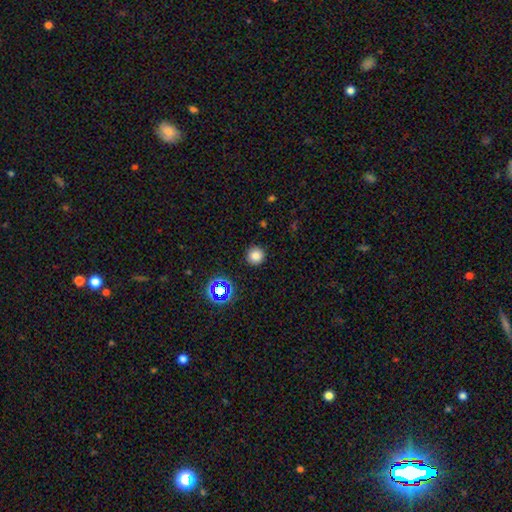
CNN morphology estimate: Smooth or featured? Predicted: smooth (p=0.78). How rounded? Predicted: round (p=0.95). Merging? Predicted: none (p=0.91).